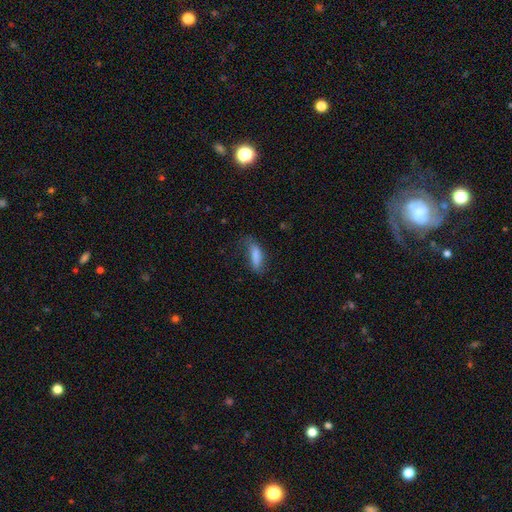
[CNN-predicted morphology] smooth-or-featured: smooth: 78% | featured or disk: 14% | star or artifact: 8%
  how-rounded: in between: 56% | cigar-shaped: 42% | round: 2%
  merging: none: 50% | minor disturbance: 30% | major disturbance: 17% | merger: 2%